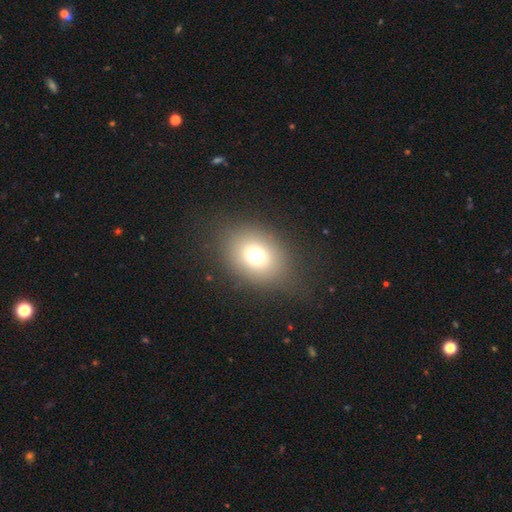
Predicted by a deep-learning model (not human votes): Smooth or featured?
  - smooth: 73% *
  - star or artifact: 15%
  - featured or disk: 13%
How rounded?
  - in between: 58% *
  - round: 41%
  - cigar-shaped: 1%
Merging?
  - none: 77% *
  - minor disturbance: 13%
  - major disturbance: 8%
  - merger: 1%